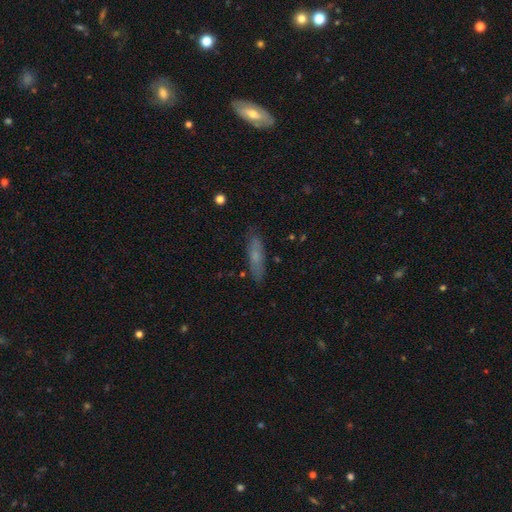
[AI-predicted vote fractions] Smooth or featured?
  - smooth: 62% *
  - featured or disk: 29%
  - star or artifact: 8%
How rounded?
  - cigar-shaped: 70% *
  - in between: 27%
  - round: 2%
Merging?
  - none: 83% *
  - minor disturbance: 13%
  - major disturbance: 3%
  - merger: 2%